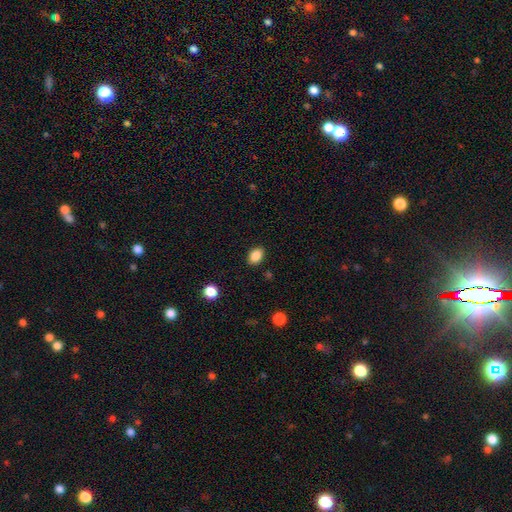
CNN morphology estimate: A smooth galaxy with no disk features (87%) that is in between round and cigar-shaped (80%).

Vote fractions:
- Smooth or featured? smooth: 87% / star or artifact: 9% / featured or disk: 4%
- How rounded? in between: 80% / round: 19% / cigar-shaped: 1%
- Merging? none: 87% / minor disturbance: 9% / major disturbance: 2% / merger: 1%